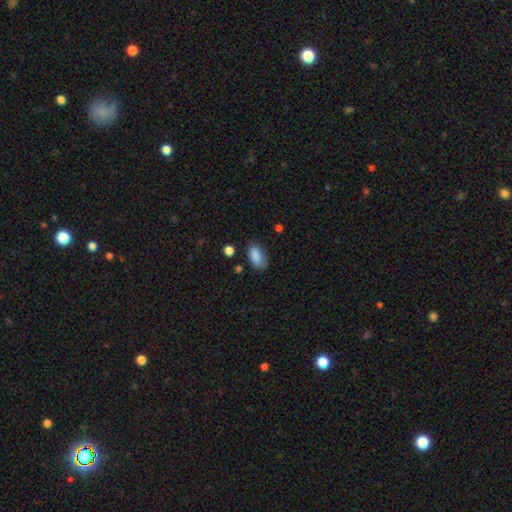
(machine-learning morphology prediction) The model was most divided on "merging": none: 66%, minor disturbance: 25%, major disturbance: 6%, merger: 3%. More confident: how rounded — in between (91%); smooth or featured — smooth (85%).